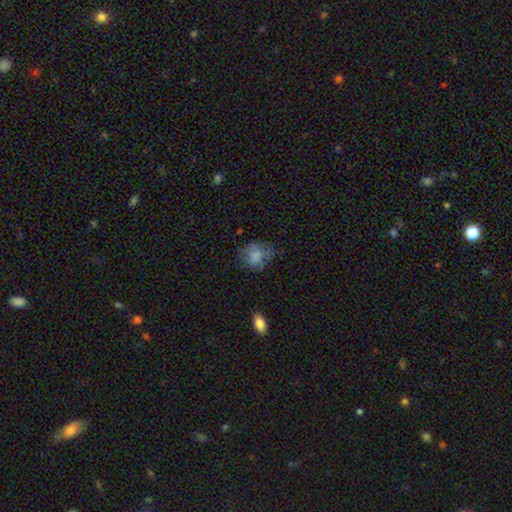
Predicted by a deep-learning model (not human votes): Smooth or featured? Predicted: smooth (p=0.78). How rounded? Predicted: round (p=0.63). Merging? Predicted: none (p=0.58).